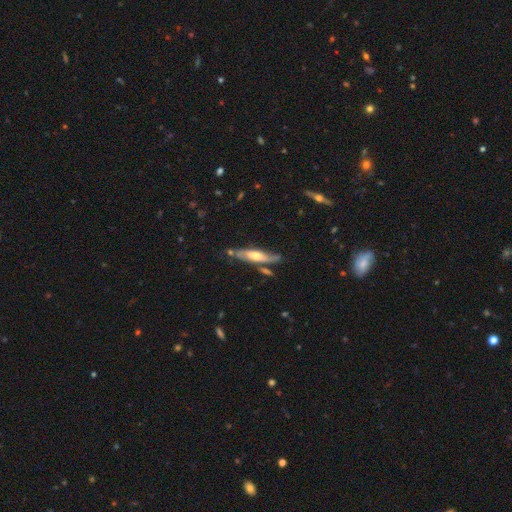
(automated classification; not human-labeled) This is likely a featured or disk galaxy (64%). It is possibly viewed edge-on (52%). Merging: likely none (65%).